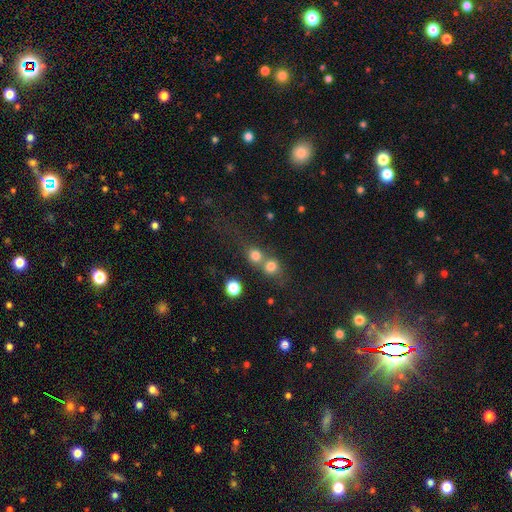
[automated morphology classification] Smooth or featured? Predicted: smooth (p=0.77). How rounded? Predicted: round (p=0.86). Merging? Predicted: merger (p=0.52).